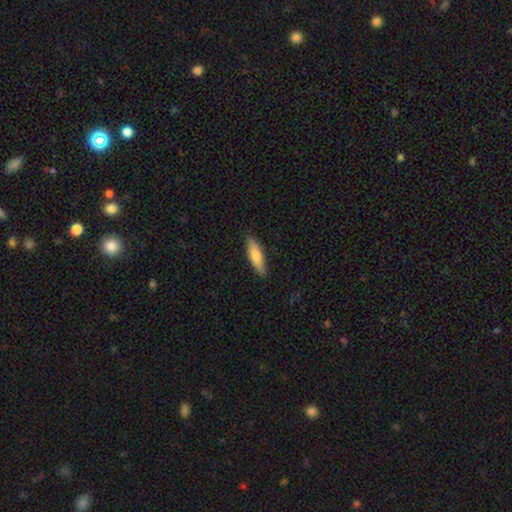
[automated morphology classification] Smooth or featured?
  - smooth: 82% *
  - featured or disk: 13%
  - star or artifact: 5%
How rounded?
  - cigar-shaped: 54% *
  - in between: 44%
  - round: 2%
Merging?
  - none: 87% *
  - minor disturbance: 10%
  - major disturbance: 2%
  - merger: 1%